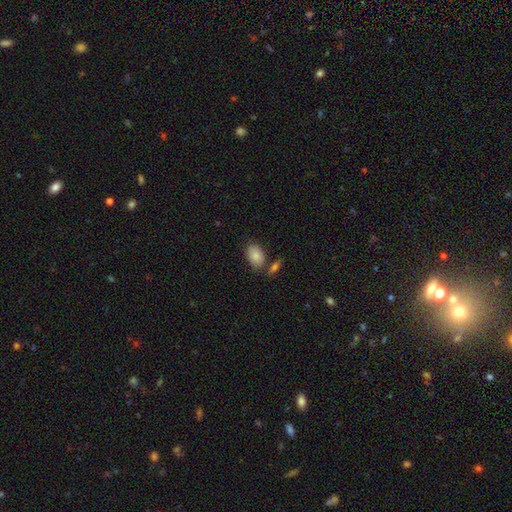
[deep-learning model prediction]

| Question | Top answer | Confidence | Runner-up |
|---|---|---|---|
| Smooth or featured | smooth | 86% | featured or disk (7%) |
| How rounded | in between | 90% | round (9%) |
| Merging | none | 71% | minor disturbance (13%) |